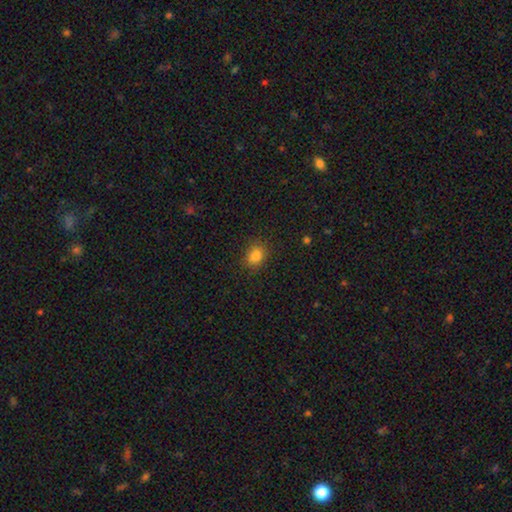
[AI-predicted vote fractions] Smooth or featured? smooth (83%)
How rounded? in between (59%)
Merging? none (83%)